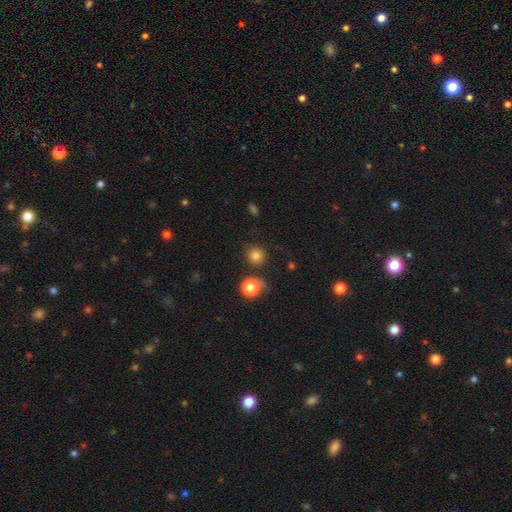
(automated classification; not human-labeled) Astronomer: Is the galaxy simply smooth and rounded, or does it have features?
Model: smooth — 82%.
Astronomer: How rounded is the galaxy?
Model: round — 90%.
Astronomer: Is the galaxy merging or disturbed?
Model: none — 77%.